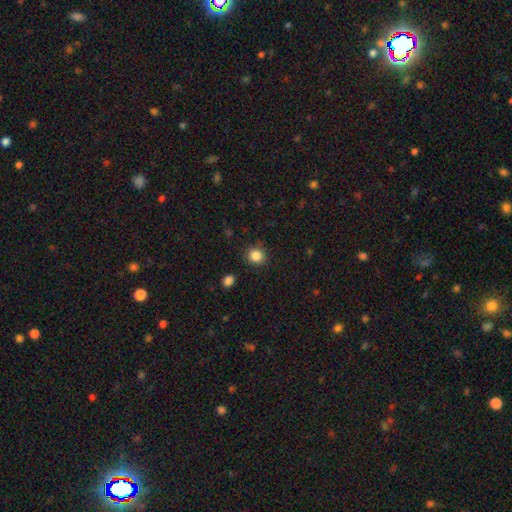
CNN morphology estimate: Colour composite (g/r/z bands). It shows a smooth galaxy with no disk features (85%) that is round (87%). Merging: none (88%).